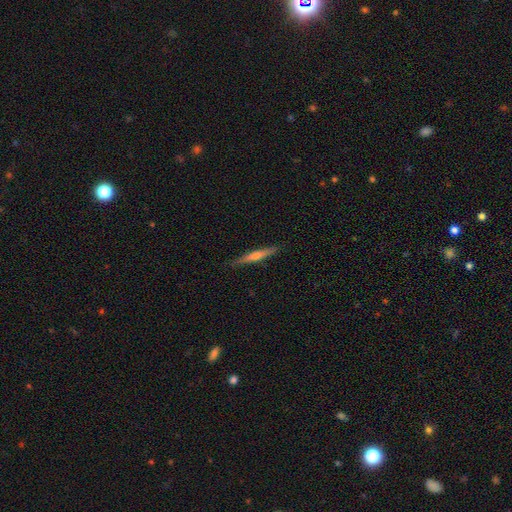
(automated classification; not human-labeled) Smooth or featured?
  - featured or disk: 54% *
  - smooth: 40%
  - star or artifact: 6%
Edge-on disk?
  - yes: 96% *
  - no: 4%
Edge-on bulge?
  - rounded: 66% *
  - none: 27%
  - boxy: 6%
Merging?
  - none: 89% *
  - minor disturbance: 8%
  - major disturbance: 1%
  - merger: 1%